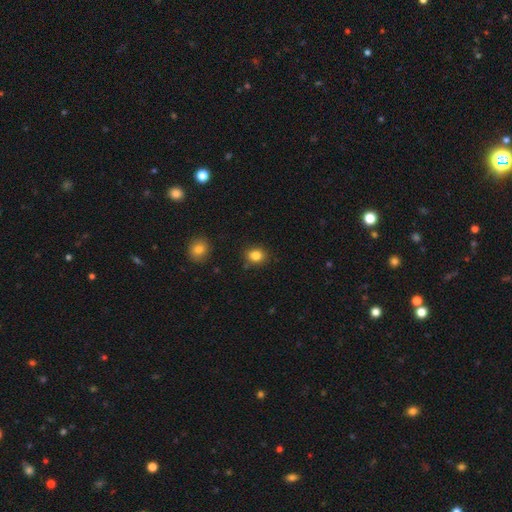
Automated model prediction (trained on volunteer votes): This is clearly a smooth galaxy (83%). How rounded: likely round (68%). Merging: clearly none (85%).